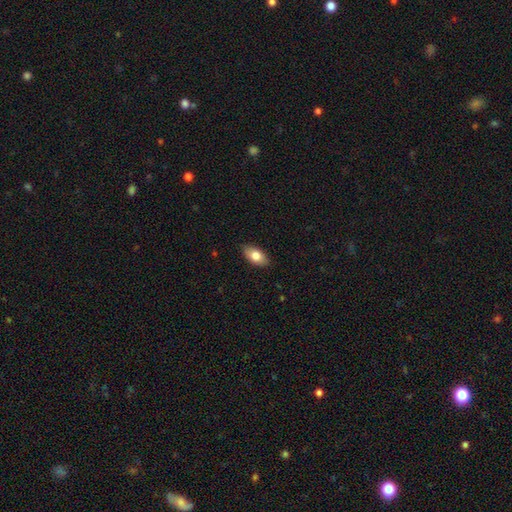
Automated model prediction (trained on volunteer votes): smooth 78%, featured or disk 15%, star or artifact 7%. Down the decision tree: how rounded — in between (92%); merging — none (87%).